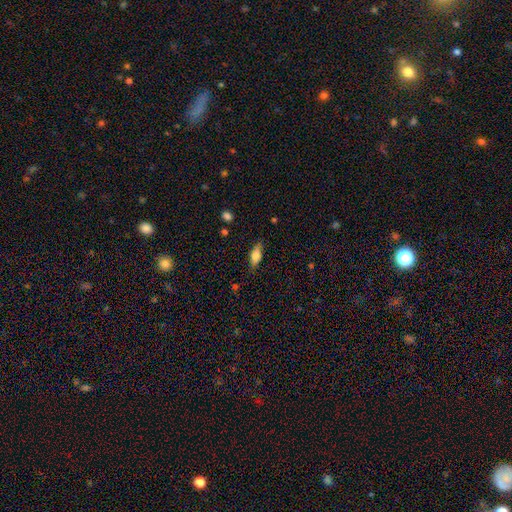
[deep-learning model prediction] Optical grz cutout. It shows a smooth galaxy with no disk features (68%) that is in between round and cigar-shaped (71%). Merging: none (78%).